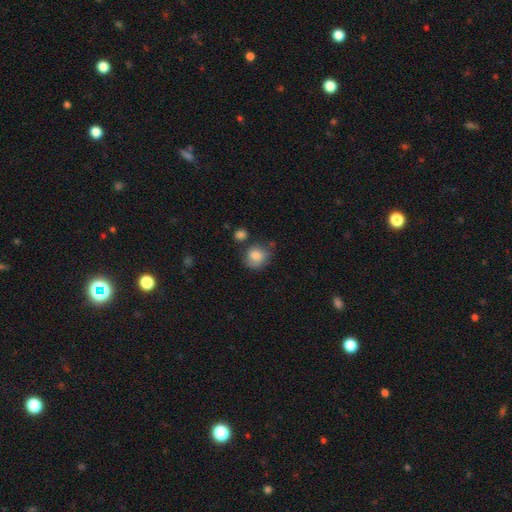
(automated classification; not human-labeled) Smooth or featured? Predicted: smooth (p=0.78). How rounded? Predicted: round (p=0.72). Merging? Predicted: none (p=0.55).